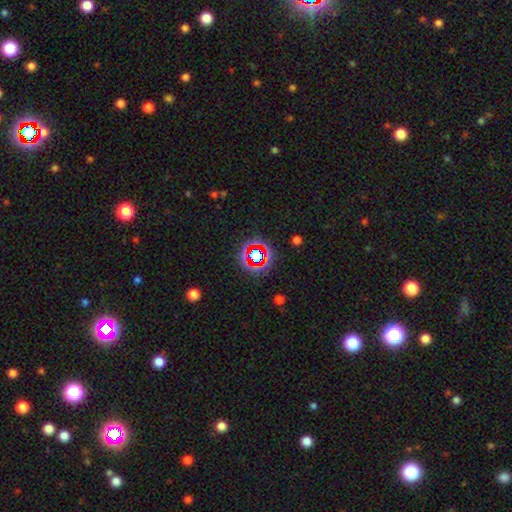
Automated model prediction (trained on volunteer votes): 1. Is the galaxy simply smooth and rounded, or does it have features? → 67% star or artifact, 20% smooth, 13% featured or disk.